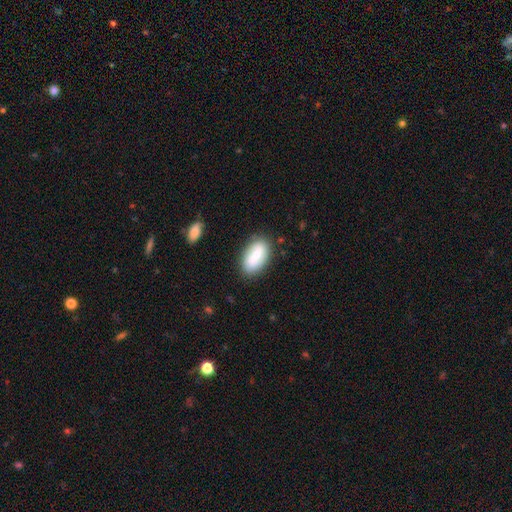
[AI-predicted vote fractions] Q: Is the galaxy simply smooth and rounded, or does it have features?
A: smooth — 65%.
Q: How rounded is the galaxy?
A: in between — 91%.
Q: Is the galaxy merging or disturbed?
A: none — 81%.